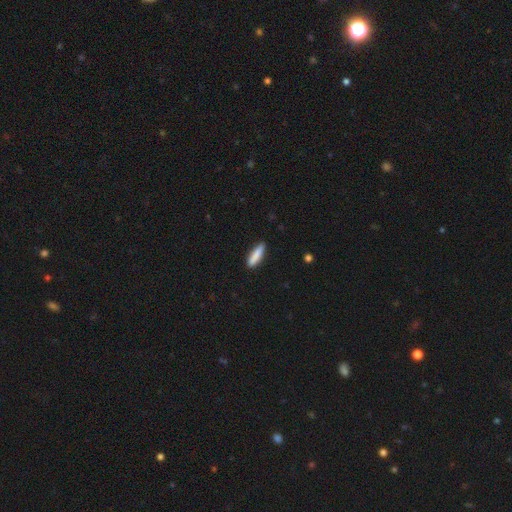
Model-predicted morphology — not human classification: A smooth galaxy with no disk features (86%) that is cigar-shaped (76%). Merging: none (88%).